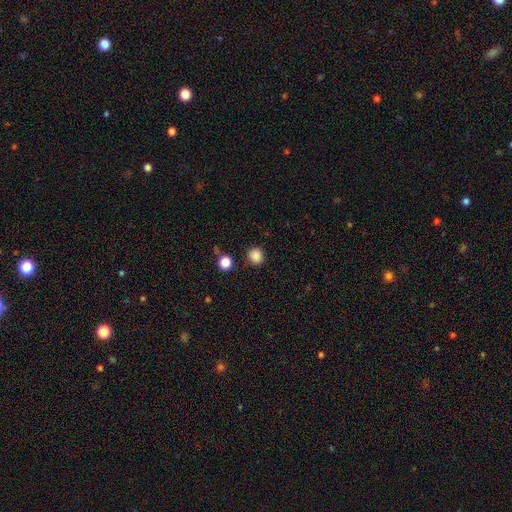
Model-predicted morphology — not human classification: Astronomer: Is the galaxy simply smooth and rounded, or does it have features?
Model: smooth — 86%.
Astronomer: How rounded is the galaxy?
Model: round — 86%.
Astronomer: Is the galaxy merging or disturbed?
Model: none — 86%.